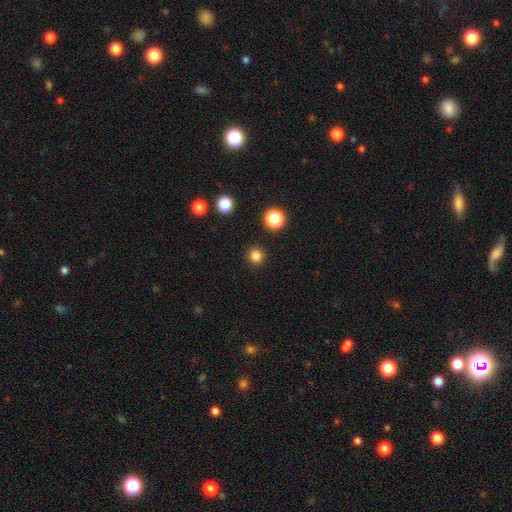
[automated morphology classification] Smooth or featured? Predicted: smooth (p=0.82). How rounded? Predicted: round (p=0.93). Merging? Predicted: none (p=0.91).